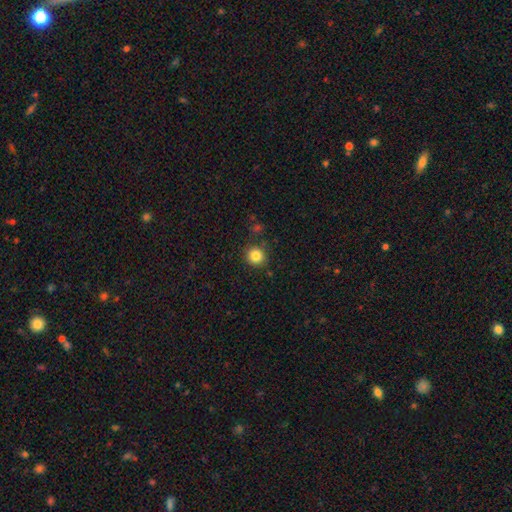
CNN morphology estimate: This appears to be a smooth galaxy with no disk features (84%) that is round (92%). Merging: none (85%).